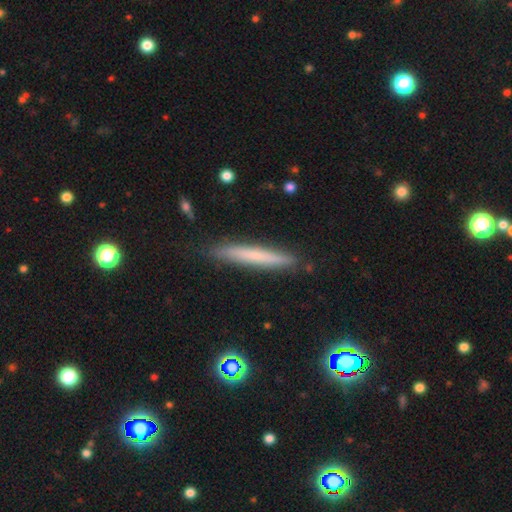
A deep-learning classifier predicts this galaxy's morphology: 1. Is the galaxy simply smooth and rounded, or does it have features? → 60% smooth, 31% featured or disk, 8% star or artifact.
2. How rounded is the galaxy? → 95% cigar-shaped, 3% in between, 1% round.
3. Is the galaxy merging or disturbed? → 88% none, 9% minor disturbance, 2% major disturbance, 1% merger.